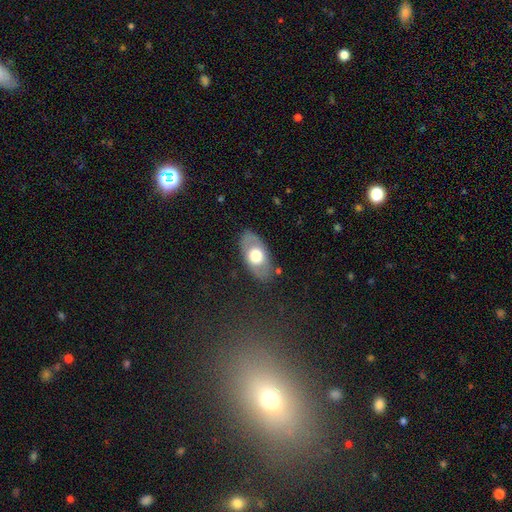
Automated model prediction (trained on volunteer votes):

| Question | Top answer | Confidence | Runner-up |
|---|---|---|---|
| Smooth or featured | smooth | 53% | featured or disk (42%) |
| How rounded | in between | 90% | round (7%) |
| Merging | none | 82% | minor disturbance (13%) |